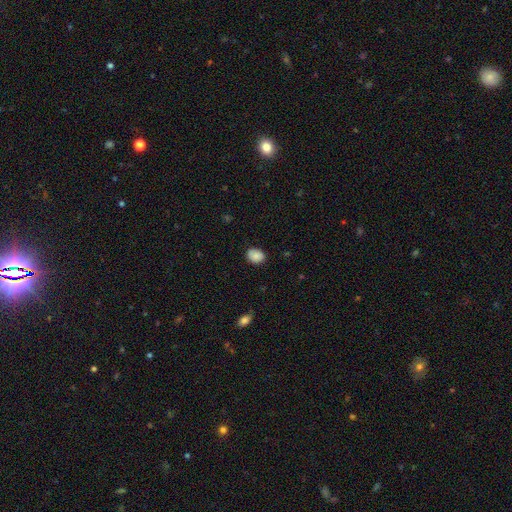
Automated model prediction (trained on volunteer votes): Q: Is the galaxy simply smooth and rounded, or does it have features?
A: smooth — 86%.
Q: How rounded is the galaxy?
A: in between — 52%.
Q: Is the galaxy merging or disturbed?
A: none — 80%.